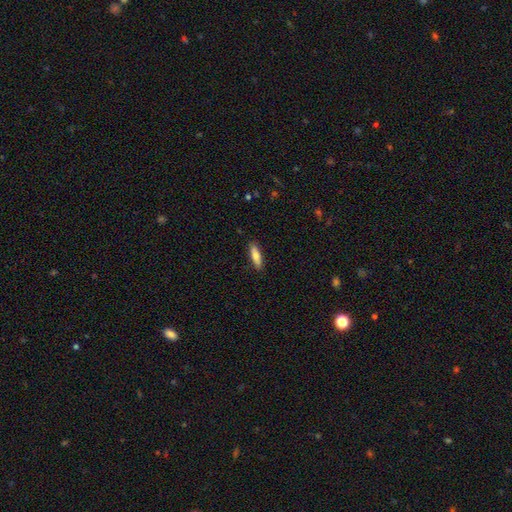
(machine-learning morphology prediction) A smooth galaxy with no disk features (76%) that is cigar-shaped (64%). Merging: none (88%).